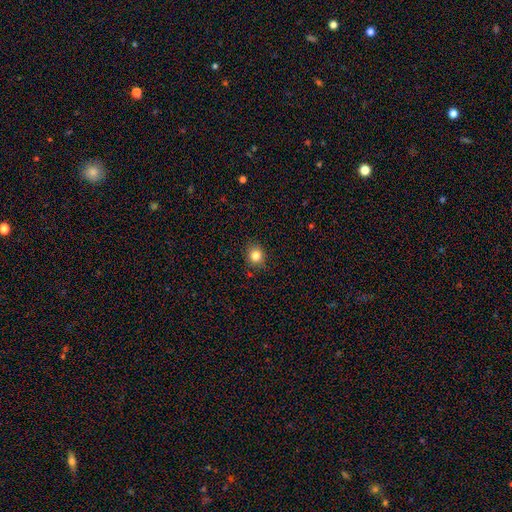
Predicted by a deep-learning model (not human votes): smooth-or-featured: smooth: 83% | star or artifact: 11% | featured or disk: 6%
  how-rounded: round: 76% | in between: 23% | cigar-shaped: 1%
  merging: none: 87% | minor disturbance: 10% | major disturbance: 2% | merger: 1%